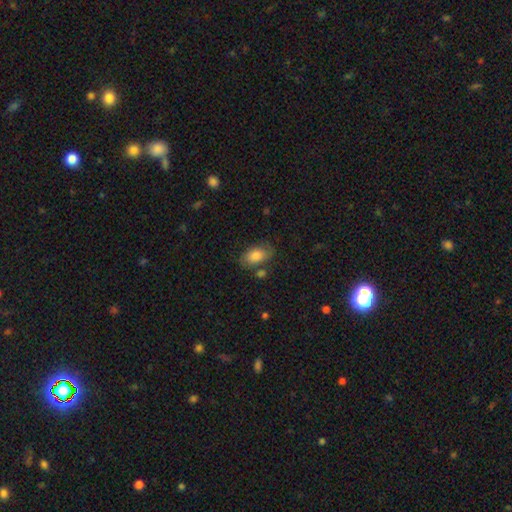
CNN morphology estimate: type=smooth (81%); roundness=in between (91%); merging=none (69%).